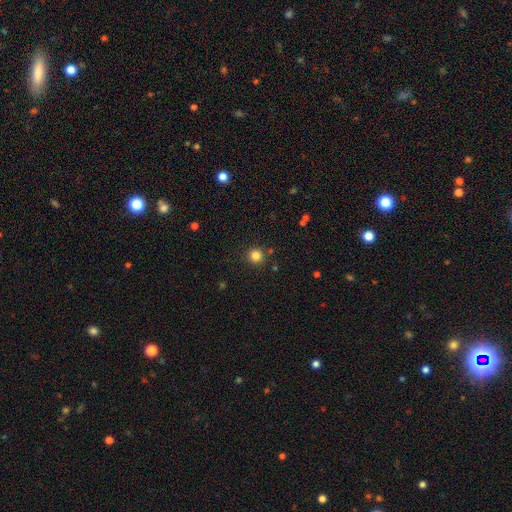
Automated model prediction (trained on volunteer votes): This is clearly a smooth galaxy (82%). How rounded: clearly round (95%). Merging: clearly none (89%).